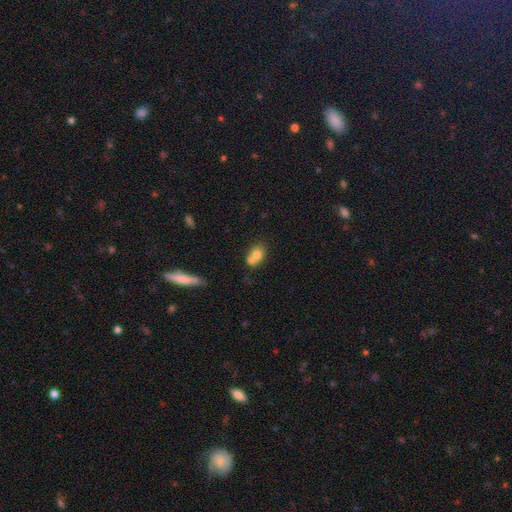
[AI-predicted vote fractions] Morphology: type=smooth (72%); roundness=round (54%); merging=merger (55%).